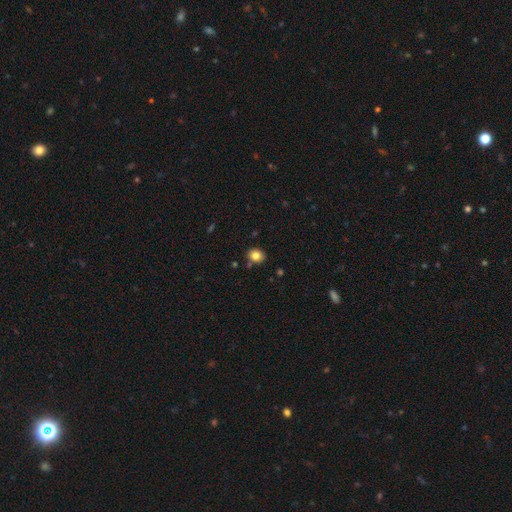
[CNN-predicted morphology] The model was most divided on "how rounded": round: 55%, in between: 44%, cigar-shaped: 1%. More confident: smooth or featured — smooth (82%); merging — none (82%).